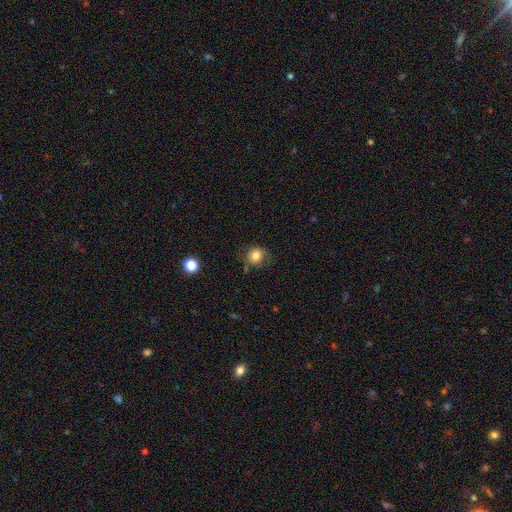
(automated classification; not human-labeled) smooth 81%, star or artifact 11%, featured or disk 8%. Down the decision tree: how rounded — round (82%); merging — none (71%).